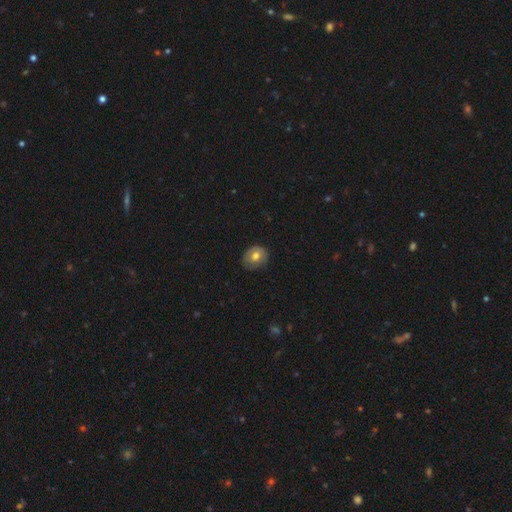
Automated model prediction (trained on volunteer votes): Smooth or featured? Predicted: smooth (p=0.67). How rounded? Predicted: round (p=0.64). Merging? Predicted: none (p=0.71).